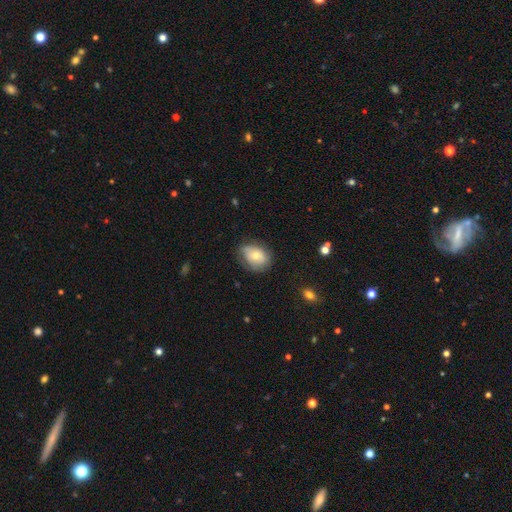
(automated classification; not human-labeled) Smooth or featured? smooth (68%)
How rounded? in between (61%)
Merging? none (63%)